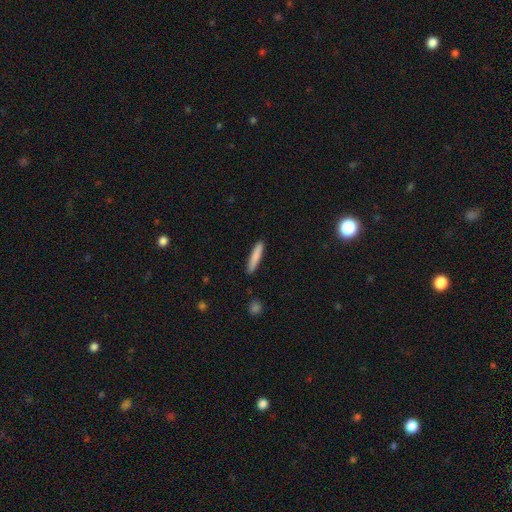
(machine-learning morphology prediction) Smooth or featured? Predicted: smooth (p=0.83). How rounded? Predicted: cigar-shaped (p=0.91). Merging? Predicted: none (p=0.89).